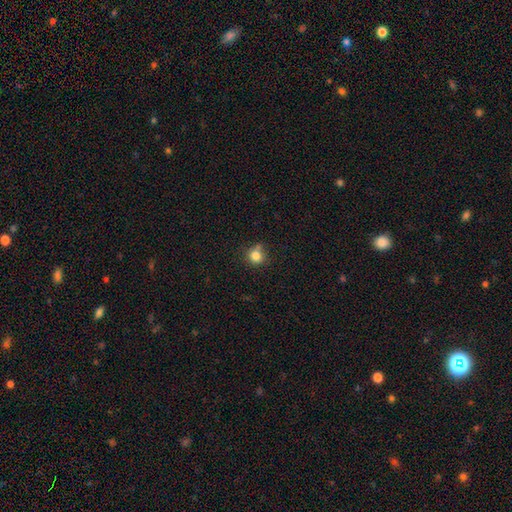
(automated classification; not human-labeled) smooth_or_featured: smooth (p=0.82) [alt: star or artifact p=0.12]
how_rounded: round (p=0.86) [alt: in between p=0.13]
merging: none (p=0.67) [alt: minor disturbance p=0.18]